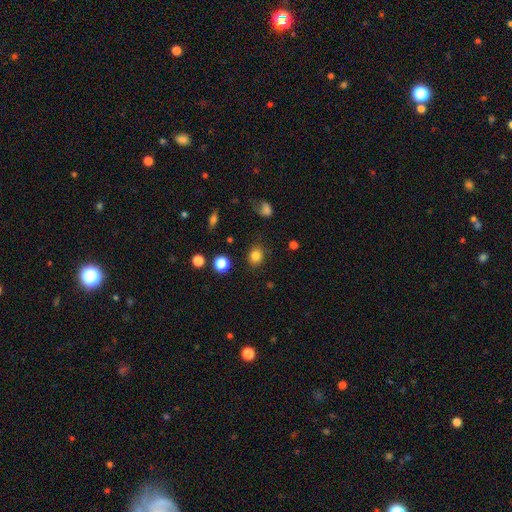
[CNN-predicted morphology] Smooth or featured? Predicted: smooth (p=0.82). How rounded? Predicted: round (p=0.67). Merging? Predicted: none (p=0.85).